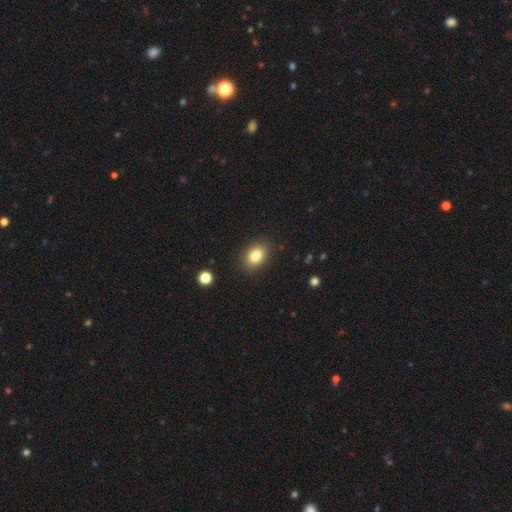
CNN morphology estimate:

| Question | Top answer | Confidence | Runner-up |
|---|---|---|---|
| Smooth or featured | smooth | 82% | star or artifact (10%) |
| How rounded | in between | 71% | round (28%) |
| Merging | none | 88% | minor disturbance (8%) |